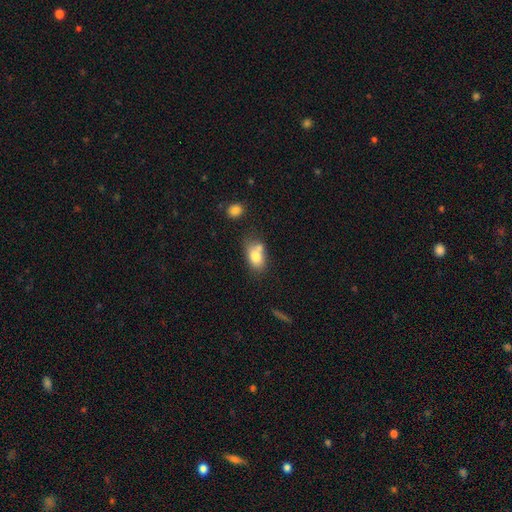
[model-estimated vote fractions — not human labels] Morphology: type=smooth (77%); roundness=in between (82%); merging=none (42%).